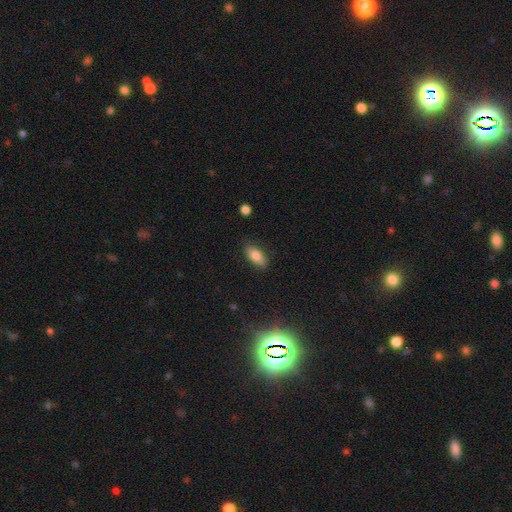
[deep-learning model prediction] This is likely a smooth galaxy (79%). How rounded: clearly in between (85%). Merging: clearly none (82%).